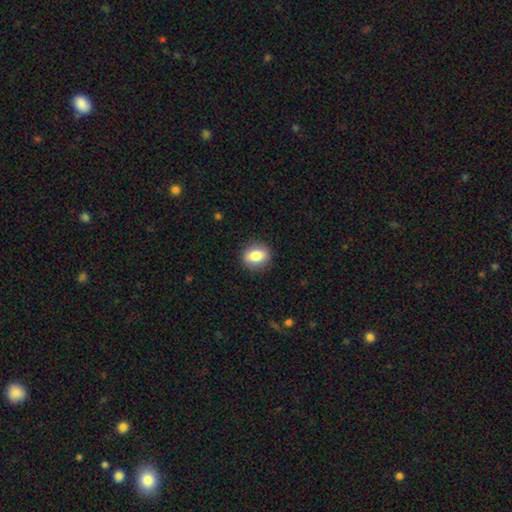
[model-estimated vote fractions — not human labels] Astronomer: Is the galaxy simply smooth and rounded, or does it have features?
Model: smooth — 80%.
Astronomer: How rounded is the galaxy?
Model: round — 50% (runner-up: in between, 48%).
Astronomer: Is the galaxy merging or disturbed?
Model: none — 88%.